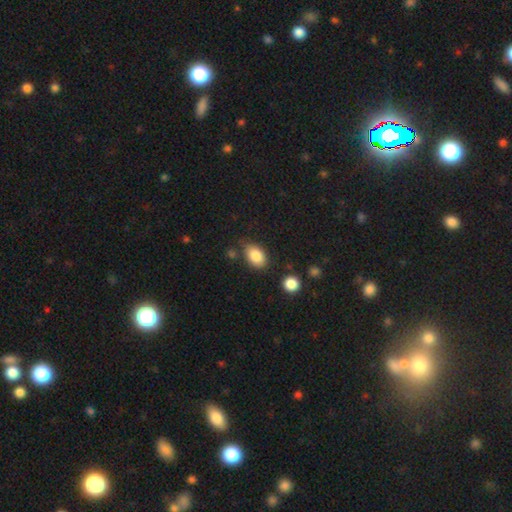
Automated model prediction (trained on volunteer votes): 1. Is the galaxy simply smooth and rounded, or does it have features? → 85% smooth, 8% star or artifact, 7% featured or disk.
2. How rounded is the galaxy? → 84% in between, 14% round, 1% cigar-shaped.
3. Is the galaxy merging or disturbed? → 77% none, 15% minor disturbance, 4% merger, 4% major disturbance.